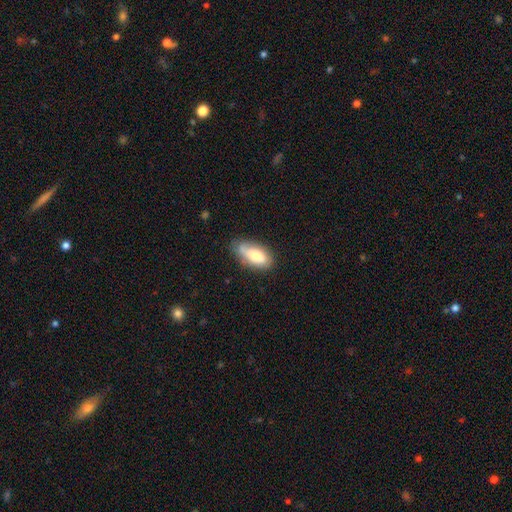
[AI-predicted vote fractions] smooth 71%, featured or disk 22%, star or artifact 7%. Down the decision tree: how rounded — in between (87%); merging — none (61%).